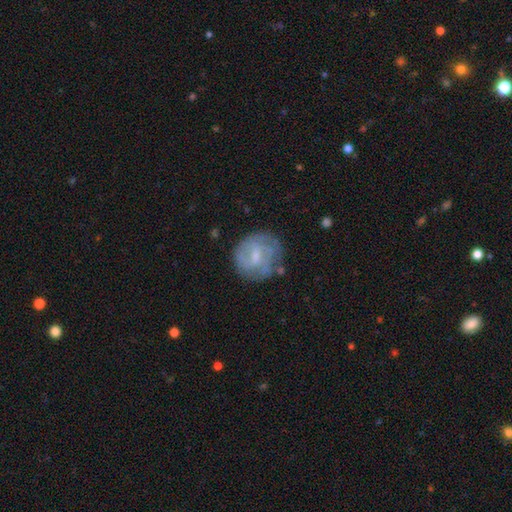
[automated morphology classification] A featured or disk galaxy (59%) with a weak bar (57%), spiral arms (66%) and a small central bulge (53%). Merging: none (66%).